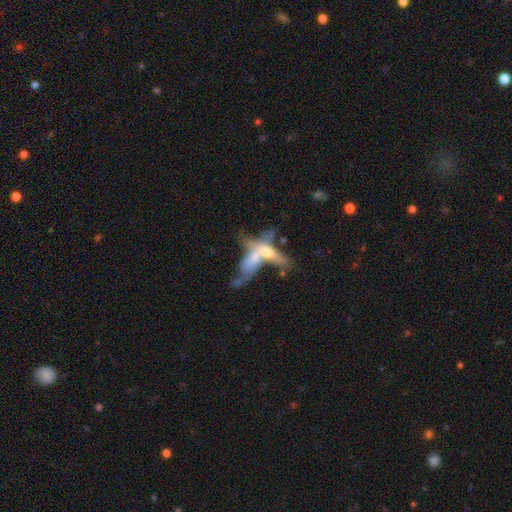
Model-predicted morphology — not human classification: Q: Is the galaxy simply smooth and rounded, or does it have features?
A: featured or disk — 58%.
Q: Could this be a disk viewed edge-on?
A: no — 62%.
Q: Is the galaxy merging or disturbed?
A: merger — 62%.